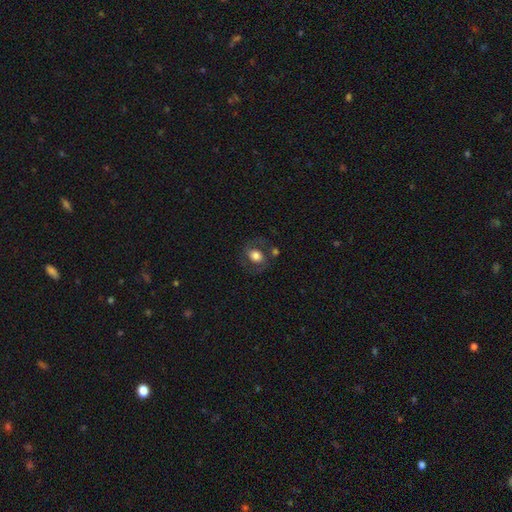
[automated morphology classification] Smooth or featured? smooth (63%)
How rounded? in between (55%)
Merging? none (68%)